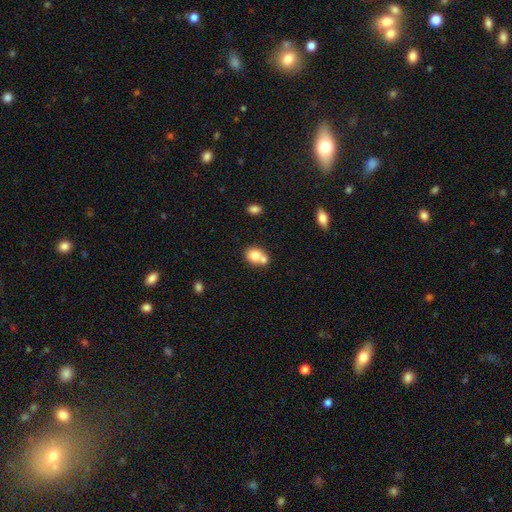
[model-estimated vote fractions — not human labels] This appears to be a smooth galaxy with no disk features (77%) that is round (57%). Merging: merger (50%).